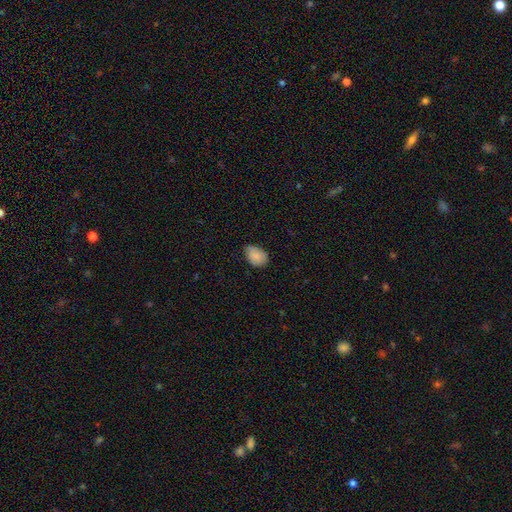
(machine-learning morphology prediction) This is clearly a smooth galaxy (87%). How rounded: likely in between (79%). Merging: possibly none (58%).